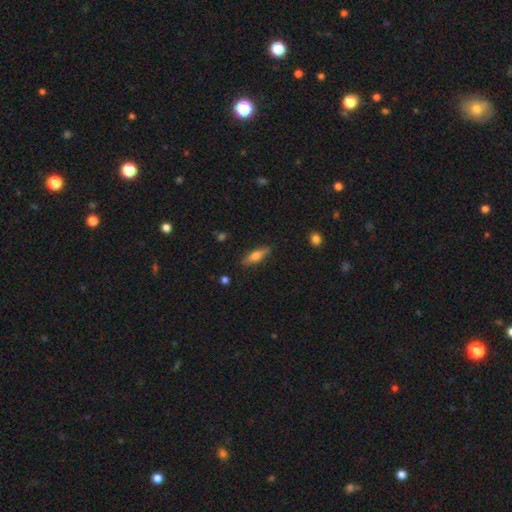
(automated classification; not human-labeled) Smooth or featured? smooth (64%)
How rounded? cigar-shaped (53%)
Merging? none (85%)